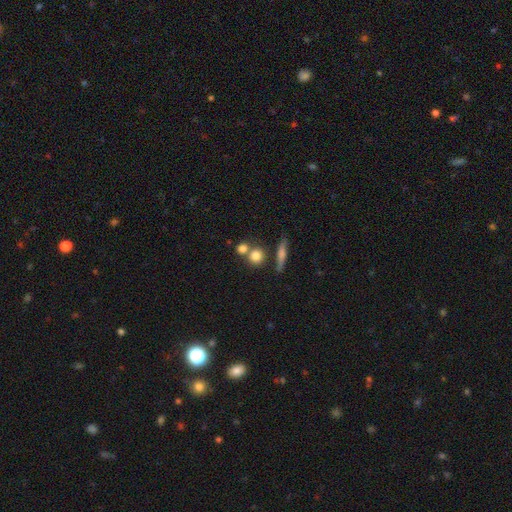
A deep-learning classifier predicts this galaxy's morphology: smooth 78%, star or artifact 11%, featured or disk 11%. Down the decision tree: how rounded — round (82%); merging — none (58%).